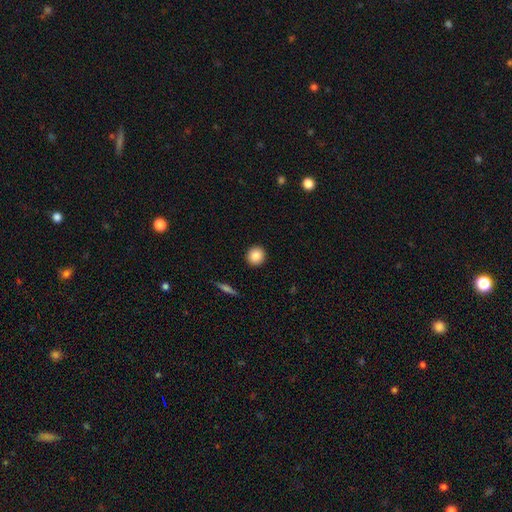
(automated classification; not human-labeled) Morphology: type=smooth (86%); roundness=round (91%); merging=none (93%).